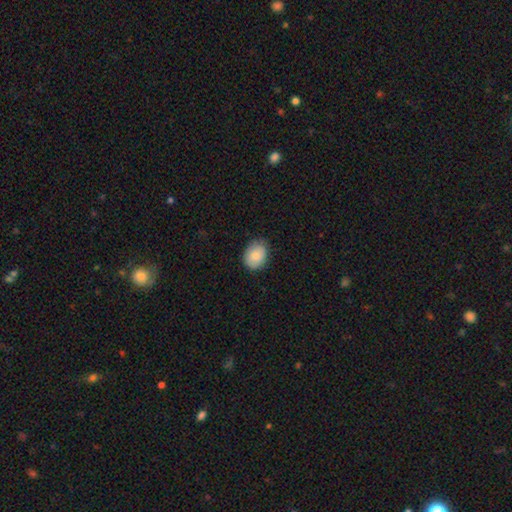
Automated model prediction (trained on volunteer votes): Smooth or featured? smooth (81%)
How rounded? in between (62%)
Merging? none (78%)